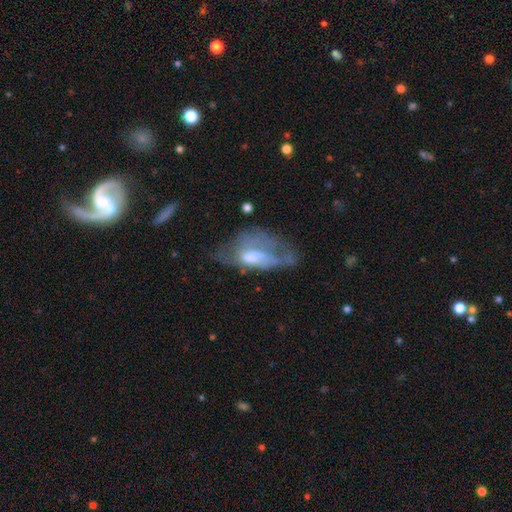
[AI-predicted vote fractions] featured or disk 55%, smooth 36%, star or artifact 9%. Down the decision tree: edge-on disk — no (91%); merging — major disturbance (42%).